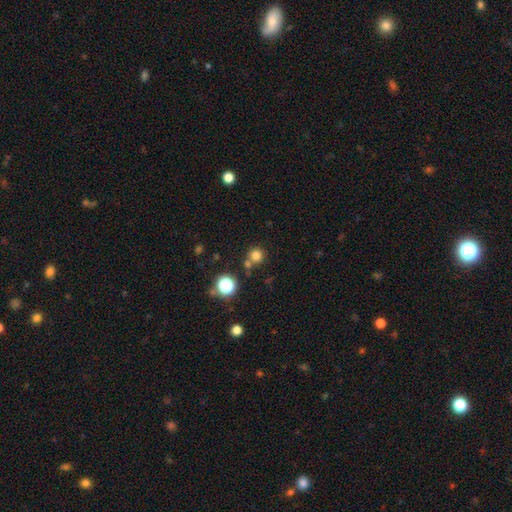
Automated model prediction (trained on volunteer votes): Morphology: type=smooth (77%); roundness=round (93%); merging=none (69%).